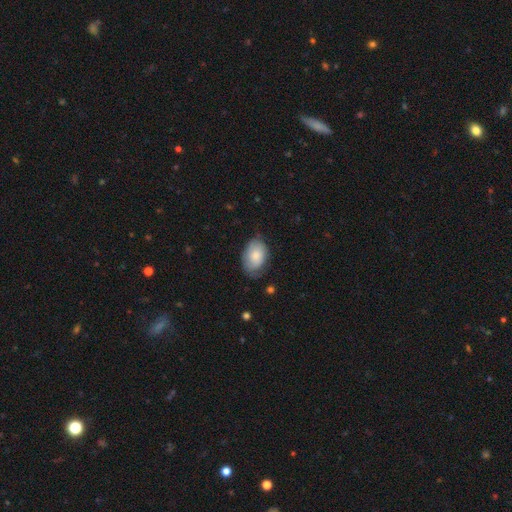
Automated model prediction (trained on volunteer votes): Smooth or featured?
  - smooth: 75% *
  - featured or disk: 19%
  - star or artifact: 6%
How rounded?
  - in between: 86% *
  - round: 13%
  - cigar-shaped: 1%
Merging?
  - none: 63% *
  - minor disturbance: 29%
  - major disturbance: 7%
  - merger: 1%